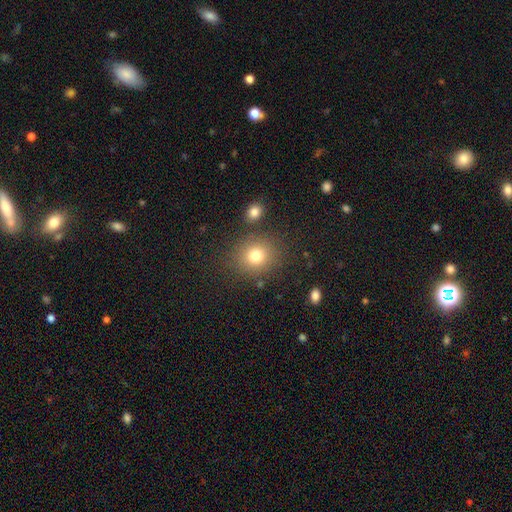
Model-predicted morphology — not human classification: Q: Smooth or featured?
A: smooth (78%); runner-up: star or artifact (13%)
Q: How rounded?
A: round (77%); runner-up: in between (22%)
Q: Merging?
A: none (81%); runner-up: minor disturbance (9%)